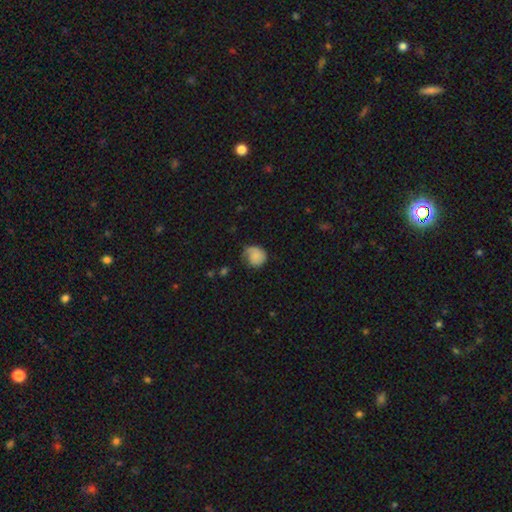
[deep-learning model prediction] Q: Smooth or featured?
A: smooth (58%); runner-up: featured or disk (34%)
Q: How rounded?
A: round (76%); runner-up: in between (23%)
Q: Merging?
A: none (51%); runner-up: minor disturbance (31%)